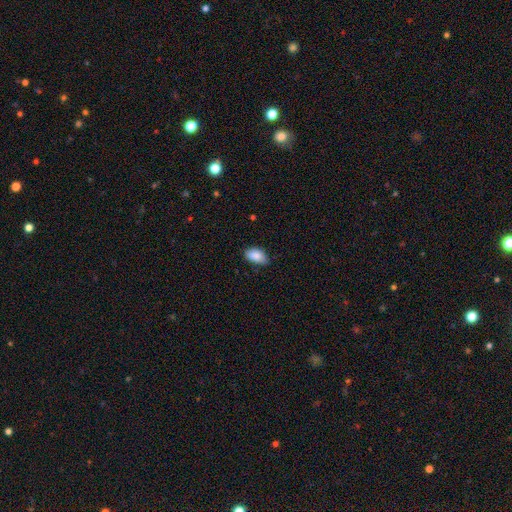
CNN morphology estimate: type=smooth (87%); roundness=in between (92%); merging=none (74%).